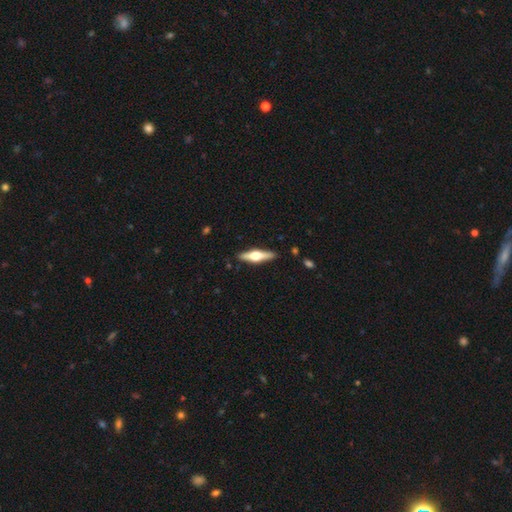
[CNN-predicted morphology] Q: Smooth or featured?
A: featured or disk (65%); runner-up: smooth (30%)
Q: Edge-on disk?
A: yes (96%); runner-up: no (4%)
Q: Edge-on bulge?
A: rounded (94%); runner-up: boxy (4%)
Q: Merging?
A: none (89%); runner-up: minor disturbance (8%)